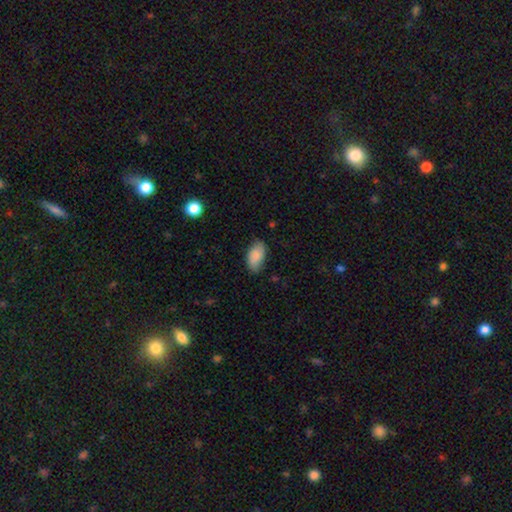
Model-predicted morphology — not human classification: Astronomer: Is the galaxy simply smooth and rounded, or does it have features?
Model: smooth — 83%.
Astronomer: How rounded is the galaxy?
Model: in between — 94%.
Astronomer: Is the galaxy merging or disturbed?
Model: none — 71%.